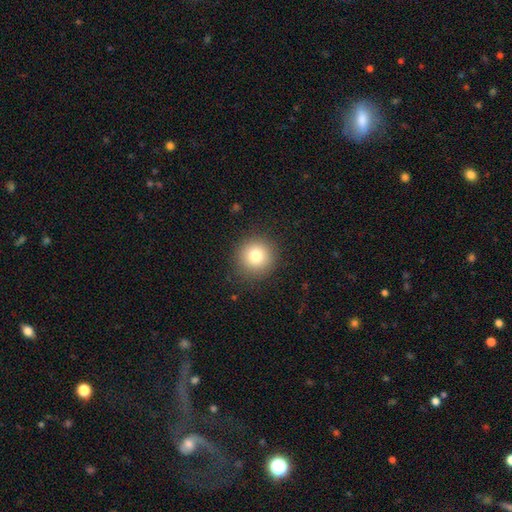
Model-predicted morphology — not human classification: Smooth or featured?
  - smooth: 79% *
  - star or artifact: 12%
  - featured or disk: 9%
How rounded?
  - round: 94% *
  - in between: 5%
  - cigar-shaped: 1%
Merging?
  - none: 89% *
  - minor disturbance: 7%
  - major disturbance: 3%
  - merger: 1%